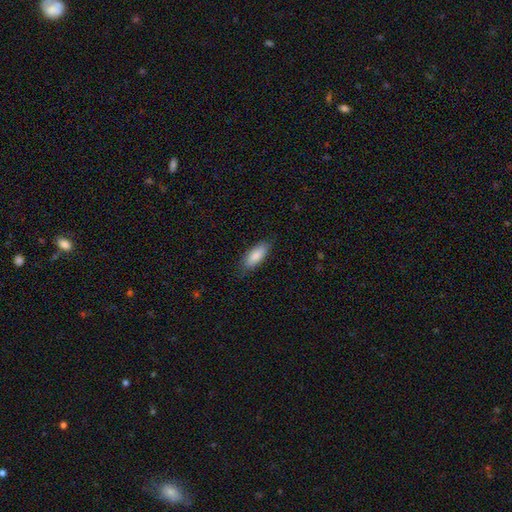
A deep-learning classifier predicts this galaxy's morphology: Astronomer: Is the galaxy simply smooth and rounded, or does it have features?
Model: smooth — 86%.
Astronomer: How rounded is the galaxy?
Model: in between — 73%.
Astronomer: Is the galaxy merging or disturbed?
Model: none — 81%.